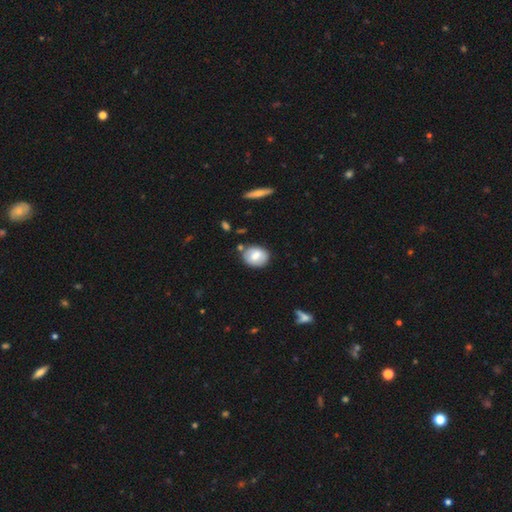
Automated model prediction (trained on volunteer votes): Smooth or featured?
  - smooth: 71% *
  - featured or disk: 21%
  - star or artifact: 7%
How rounded?
  - in between: 56% *
  - round: 43%
  - cigar-shaped: 1%
Merging?
  - none: 75% *
  - minor disturbance: 16%
  - merger: 5%
  - major disturbance: 3%